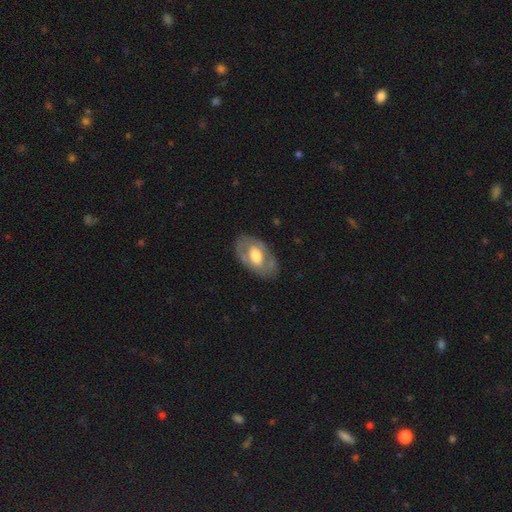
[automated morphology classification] Smooth or featured? featured or disk (57%)
Edge-on disk? no (92%)
Bar? no (62%)
Spiral arms? no (64%)
Bulge size? moderate (45%)
Merging? none (77%)